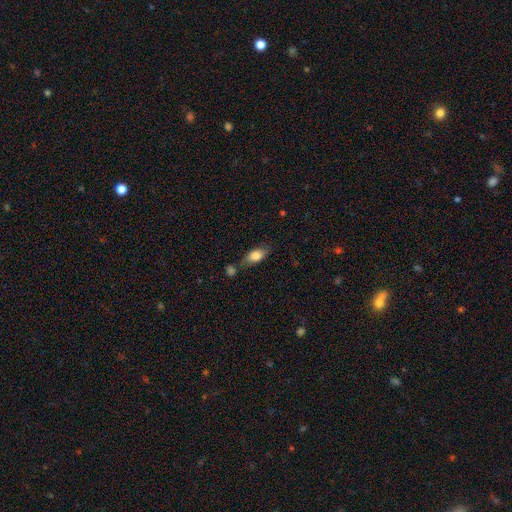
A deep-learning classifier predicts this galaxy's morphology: smooth 80%, featured or disk 13%, star or artifact 7%. Down the decision tree: how rounded — in between (86%); merging — none (62%).